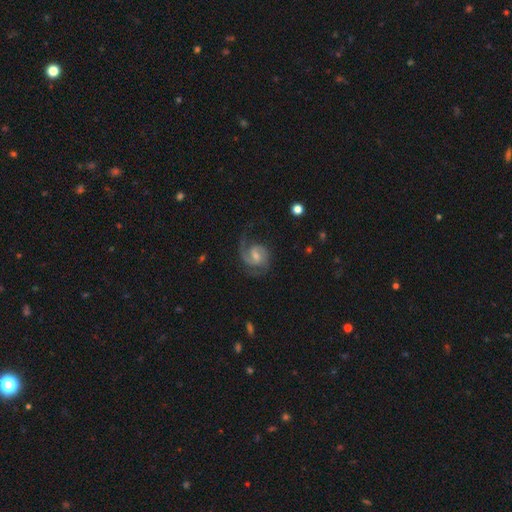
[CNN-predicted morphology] Smooth or featured?
  - featured or disk: 87% *
  - smooth: 8%
  - star or artifact: 5%
Edge-on disk?
  - no: 98% *
  - yes: 2%
Bar?
  - weak: 57% *
  - no: 29%
  - strong: 14%
Spiral arms?
  - yes: 97% *
  - no: 3%
Spiral winding?
  - medium: 53% *
  - tight: 28%
  - loose: 19%
Spiral arm count?
  - 2: 76% *
  - 1: 10%
  - can't tell: 5%
  - 3: 5%
  - 4: 2%
  - more than 4: 2%
Bulge size?
  - small: 45% *
  - moderate: 41%
  - none: 9%
  - large: 4%
  - dominant: 1%
Merging?
  - none: 64% *
  - minor disturbance: 19%
  - major disturbance: 15%
  - merger: 2%